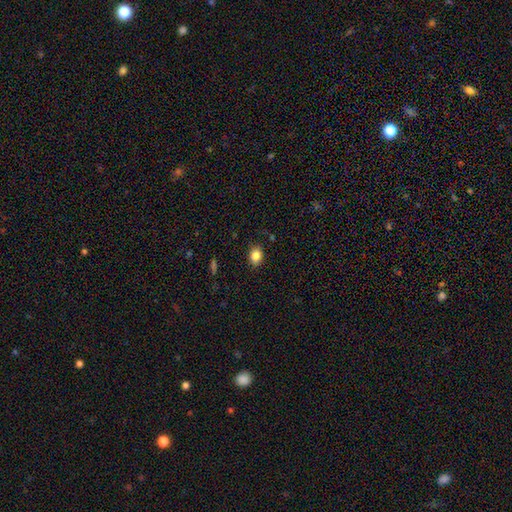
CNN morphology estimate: Smooth or featured?
  - smooth: 85% *
  - star or artifact: 10%
  - featured or disk: 5%
How rounded?
  - in between: 64% *
  - round: 35%
  - cigar-shaped: 1%
Merging?
  - none: 86% *
  - minor disturbance: 10%
  - major disturbance: 2%
  - merger: 1%